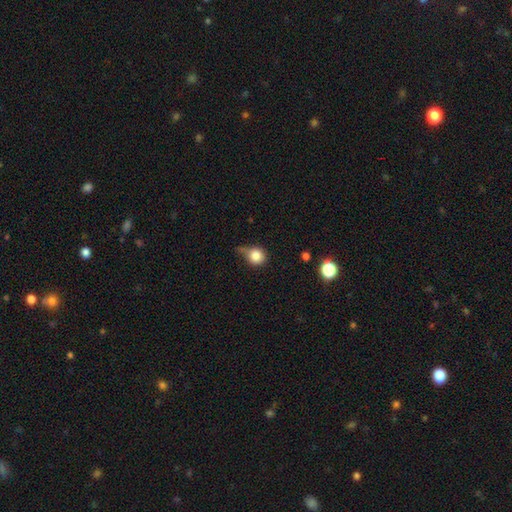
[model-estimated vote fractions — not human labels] Smooth or featured? Predicted: smooth (p=0.82). How rounded? Predicted: round (p=0.79). Merging? Predicted: none (p=0.40).